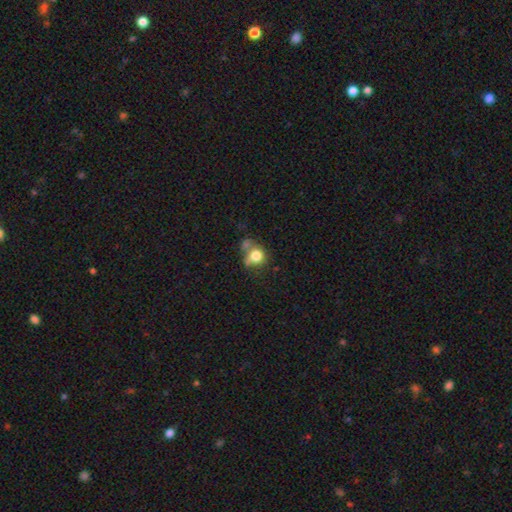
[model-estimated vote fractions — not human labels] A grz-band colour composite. It shows a smooth galaxy with no disk features (76%) that is round (75%). Merging: none (37%).